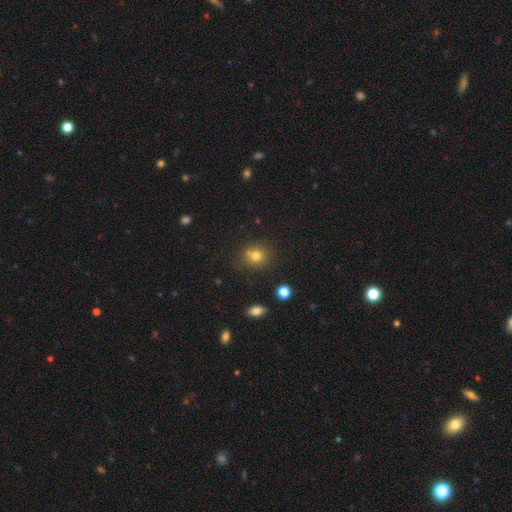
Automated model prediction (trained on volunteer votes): Overall: smooth (74%). How rounded: round (79%). Merging: none (67%).